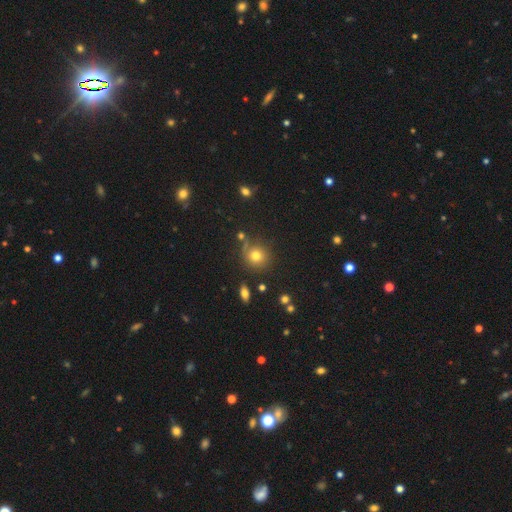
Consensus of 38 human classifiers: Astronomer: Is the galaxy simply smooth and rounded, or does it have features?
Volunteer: smooth — 79%.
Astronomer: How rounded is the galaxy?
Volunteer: round — 93%.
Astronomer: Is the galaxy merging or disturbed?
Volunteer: none — 91%.